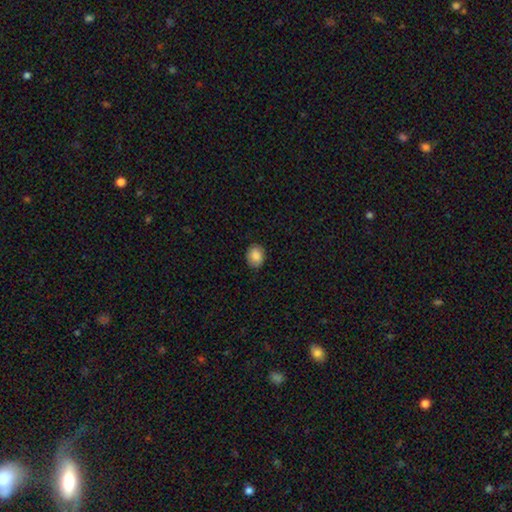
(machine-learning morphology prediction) Smooth or featured?
  - smooth: 85% *
  - star or artifact: 8%
  - featured or disk: 7%
How rounded?
  - in between: 50% *
  - round: 49%
  - cigar-shaped: 1%
Merging?
  - none: 86% *
  - minor disturbance: 11%
  - major disturbance: 2%
  - merger: 1%